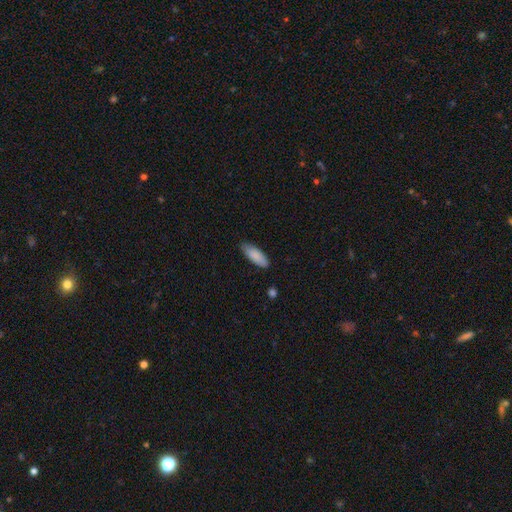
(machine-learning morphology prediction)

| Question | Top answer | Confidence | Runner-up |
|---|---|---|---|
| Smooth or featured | smooth | 87% | featured or disk (7%) |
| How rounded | in between | 73% | cigar-shaped (25%) |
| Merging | none | 80% | minor disturbance (16%) |